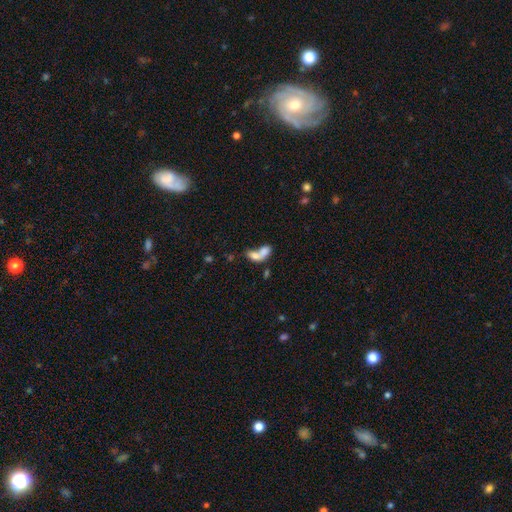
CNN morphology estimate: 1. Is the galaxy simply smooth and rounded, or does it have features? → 70% smooth, 21% featured or disk, 9% star or artifact.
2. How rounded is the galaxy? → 79% in between, 14% round, 7% cigar-shaped.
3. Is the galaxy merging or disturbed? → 74% merger, 14% none, 7% major disturbance, 6% minor disturbance.